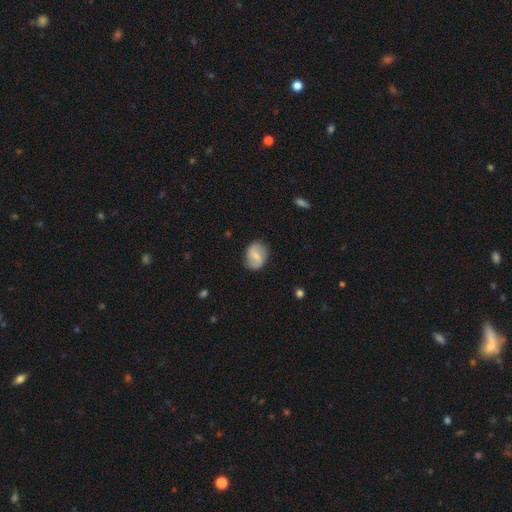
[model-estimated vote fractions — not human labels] Smooth or featured: smooth — 50% (featured or disk — 43%)
How rounded: in between — 58% (round — 41%)
Merging: none — 81% (minor disturbance — 14%)